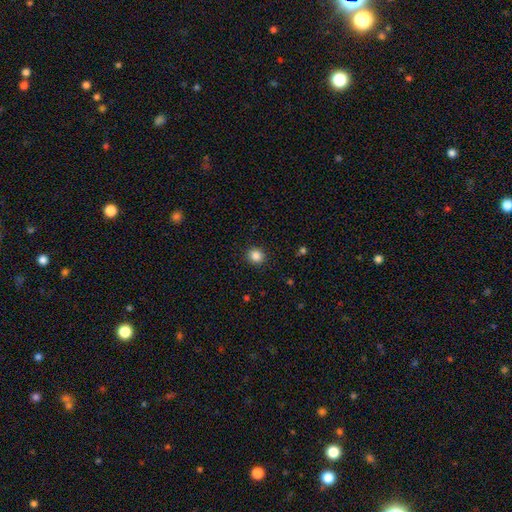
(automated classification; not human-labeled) Morphology: type=smooth (86%); roundness=round (84%); merging=none (91%).